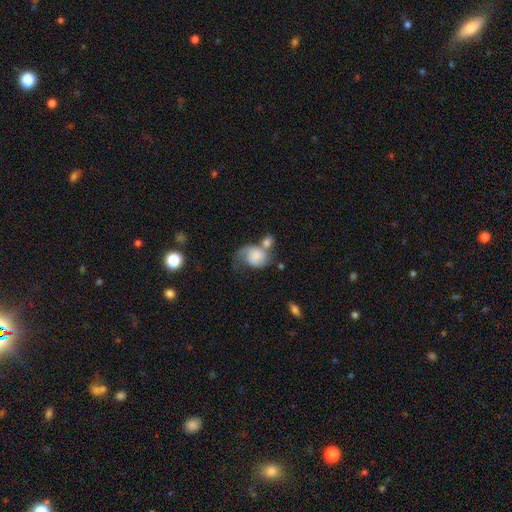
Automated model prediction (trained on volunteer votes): Smooth or featured?
  - smooth: 61% *
  - featured or disk: 31%
  - star or artifact: 8%
How rounded?
  - in between: 56% *
  - round: 43%
  - cigar-shaped: 1%
Merging?
  - merger: 37% *
  - major disturbance: 25%
  - none: 20%
  - minor disturbance: 18%